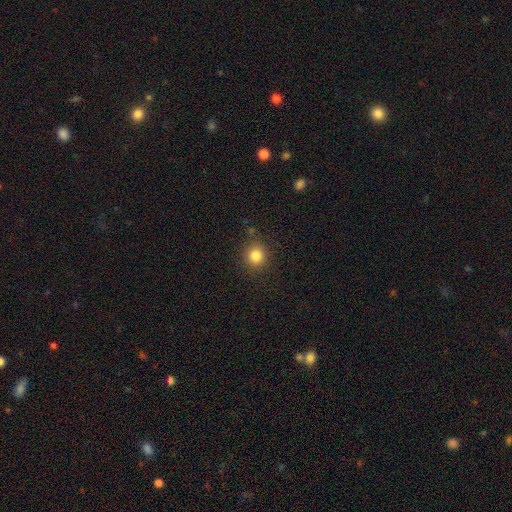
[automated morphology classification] smooth 83%, star or artifact 12%, featured or disk 5%. Down the decision tree: how rounded — round (90%); merging — none (87%).